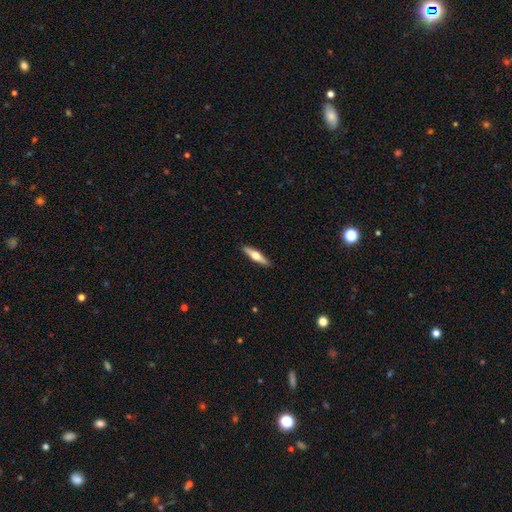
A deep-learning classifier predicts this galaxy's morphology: featured or disk 53%, smooth 42%, star or artifact 5%. Down the decision tree: edge-on disk — yes (95%); merging — none (91%).